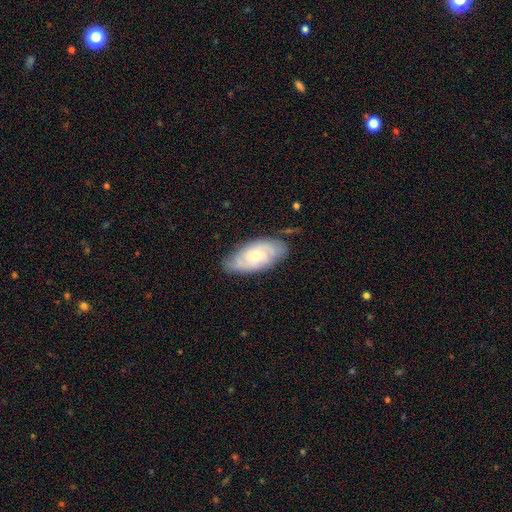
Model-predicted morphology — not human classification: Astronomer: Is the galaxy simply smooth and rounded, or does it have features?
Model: featured or disk — 59% (runner-up: smooth, 35%).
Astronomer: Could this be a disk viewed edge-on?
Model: no — 91%.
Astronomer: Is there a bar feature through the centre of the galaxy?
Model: no — 74%.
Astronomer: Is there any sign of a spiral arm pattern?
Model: yes — 83%.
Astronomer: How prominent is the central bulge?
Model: moderate — 48% (runner-up: small, 47%).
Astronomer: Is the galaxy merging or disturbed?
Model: none — 75%.